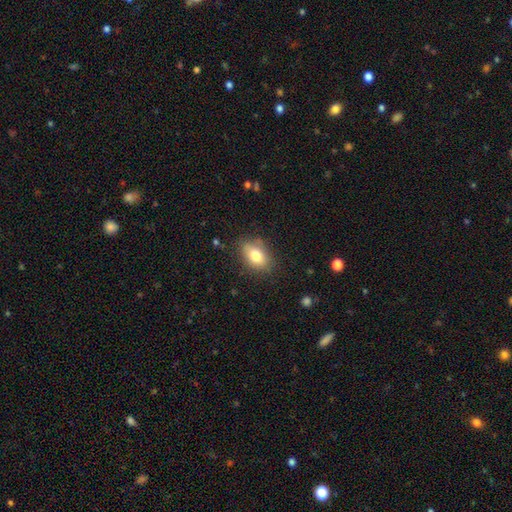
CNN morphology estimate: A smooth galaxy with no disk features (79%) that is in between round and cigar-shaped (82%). Merging: none (77%).